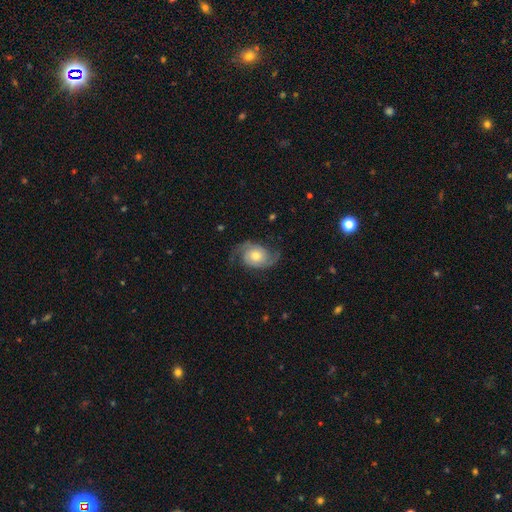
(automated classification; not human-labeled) A featured or disk galaxy (83%) with no bar (75%), 2 (93%) medium (46%) spiral arms (96%) and a moderate central bulge (61%).

Vote fractions:
- Smooth or featured? featured or disk: 83% / smooth: 11% / star or artifact: 6%
- Edge-on disk? no: 97% / yes: 3%
- Bar? no: 75% / weak: 21% / strong: 4%
- Spiral arms? yes: 96% / no: 4%
- Spiral winding? medium: 46% / loose: 33% / tight: 21%
- Spiral arm count? 2: 93% / can't tell: 3% / 1: 2% / 3: 1% / 4: 1% / more than 4: 1%
- Bulge size? moderate: 61% / small: 24% / large: 11% / none: 2% / dominant: 2%
- Merging? none: 76% / minor disturbance: 16% / major disturbance: 7% / merger: 1%